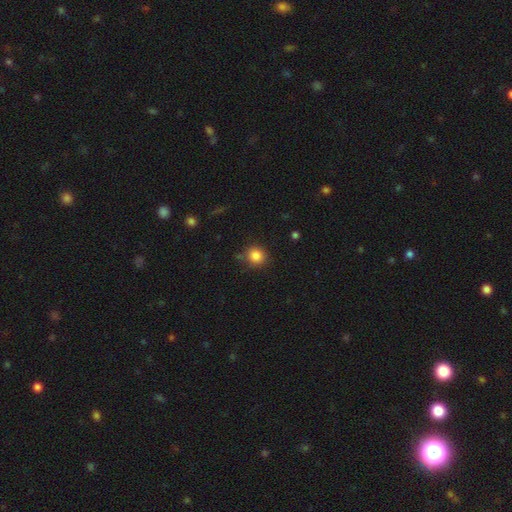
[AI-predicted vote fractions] The model was most divided on "merging": none: 79%, minor disturbance: 14%, merger: 4%, major disturbance: 4%. More confident: how rounded — round (89%); smooth or featured — smooth (84%).